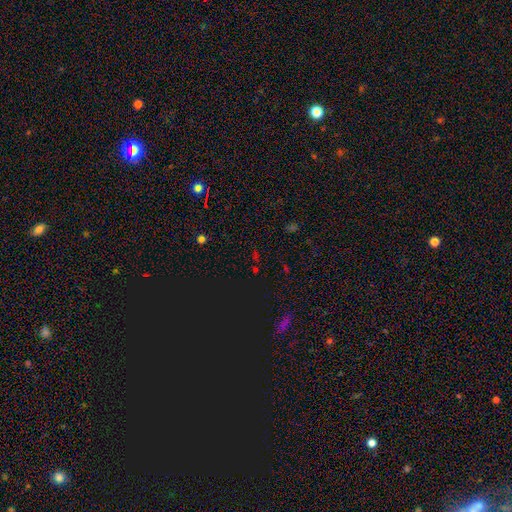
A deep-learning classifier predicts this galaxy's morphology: smooth-or-featured: star or artifact: 65% | smooth: 26% | featured or disk: 8%